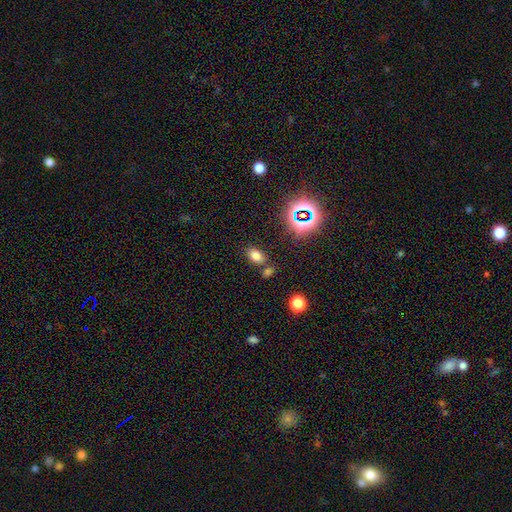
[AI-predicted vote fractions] Q: Smooth or featured?
A: smooth (74%); runner-up: star or artifact (18%)
Q: How rounded?
A: in between (84%); runner-up: round (14%)
Q: Merging?
A: none (71%); runner-up: merger (14%)